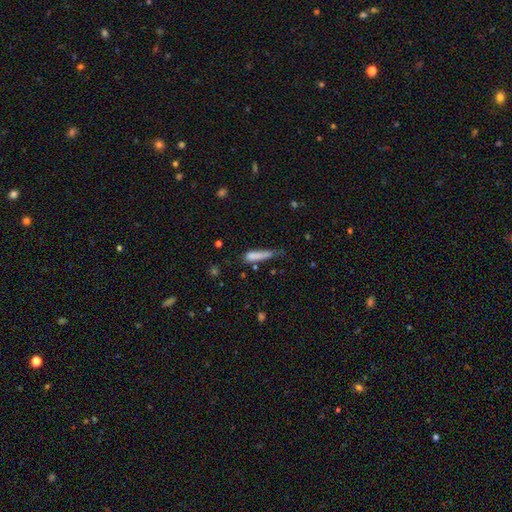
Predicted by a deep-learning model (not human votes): Smooth or featured: smooth — 76% (featured or disk — 15%)
How rounded: cigar-shaped — 77% (in between — 20%)
Merging: none — 40% (minor disturbance — 33%)